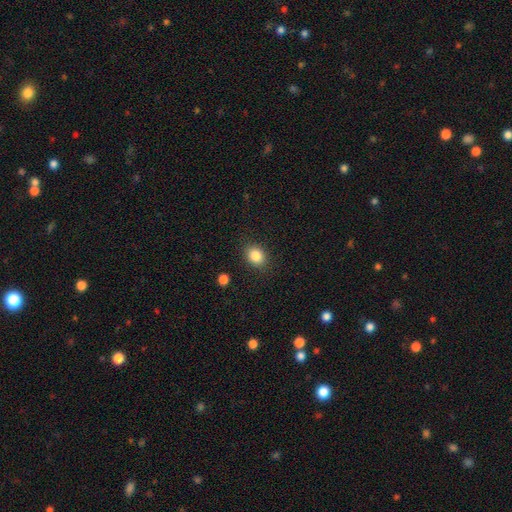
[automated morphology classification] Smooth or featured? smooth (85%)
How rounded? round (52%)
Merging? none (87%)